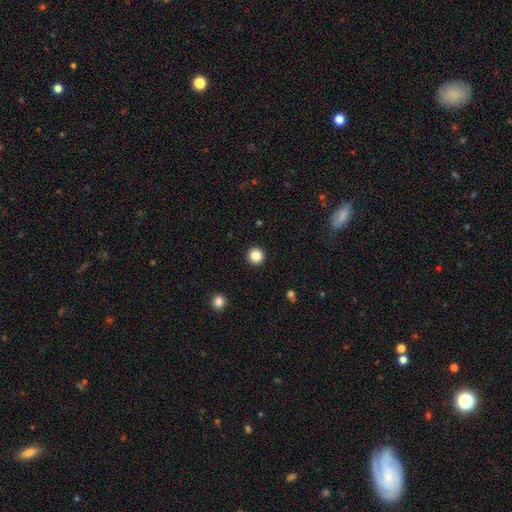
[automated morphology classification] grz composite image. It shows a smooth galaxy with no disk features (85%) that is round (96%). Merging: none (93%).